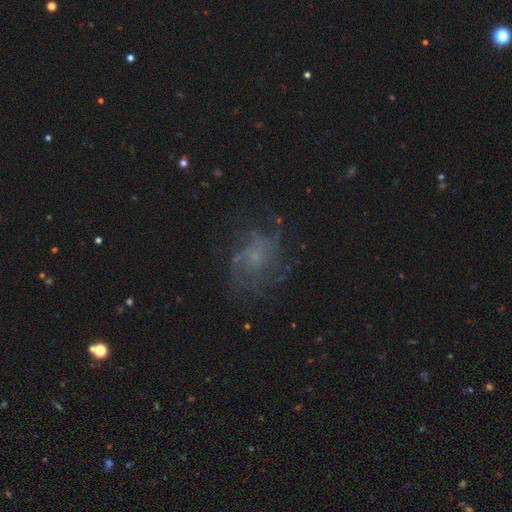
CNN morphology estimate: The model was most divided on "spiral winding": medium: 41%, loose: 33%, tight: 26%. Remaining: edge-on disk — no (97%); spiral arms — yes (81%); bar — no (77%); merging — none (65%); smooth or featured — featured or disk (64%); bulge size — small (56%); spiral arm count — can't tell (38%).